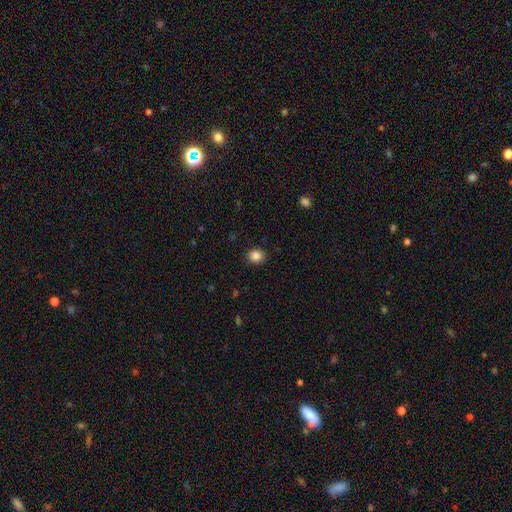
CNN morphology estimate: This appears to be a smooth galaxy with no disk features (86%) that is round (75%). Merging: none (90%).